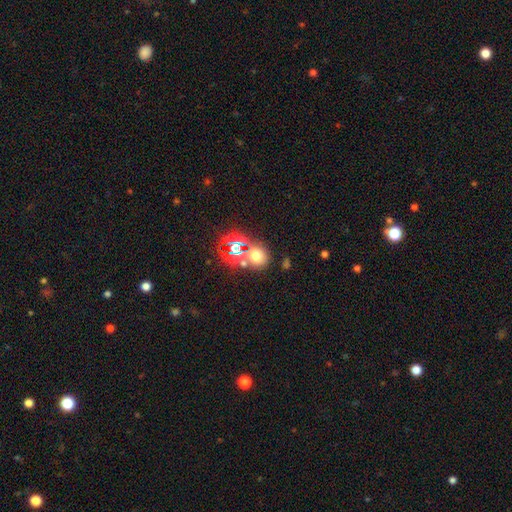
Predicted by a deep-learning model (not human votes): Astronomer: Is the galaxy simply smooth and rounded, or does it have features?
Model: smooth — 58%.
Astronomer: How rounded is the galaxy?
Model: round — 67%.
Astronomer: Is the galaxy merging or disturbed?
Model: none — 63%.